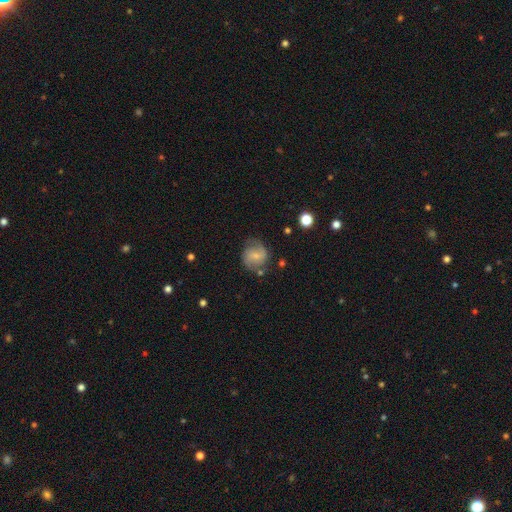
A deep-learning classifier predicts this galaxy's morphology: Smooth or featured: featured or disk — 61% (smooth — 31%)
Edge-on disk: no — 98% (yes — 2%)
Bar: weak — 49% (no — 39%)
Spiral arms: yes — 88% (no — 12%)
Spiral winding: medium — 46% (loose — 30%)
Spiral arm count: 2 — 78% (can't tell — 11%)
Bulge size: small — 61% (moderate — 27%)
Merging: none — 67% (minor disturbance — 20%)